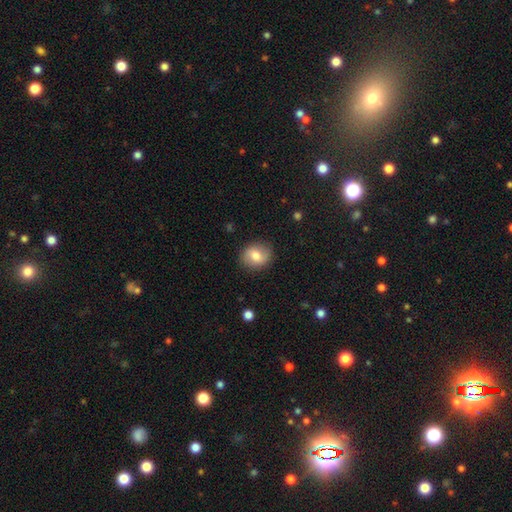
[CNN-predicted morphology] This appears to be a smooth galaxy with no disk features (74%) that is round (66%). Merging: none (86%).